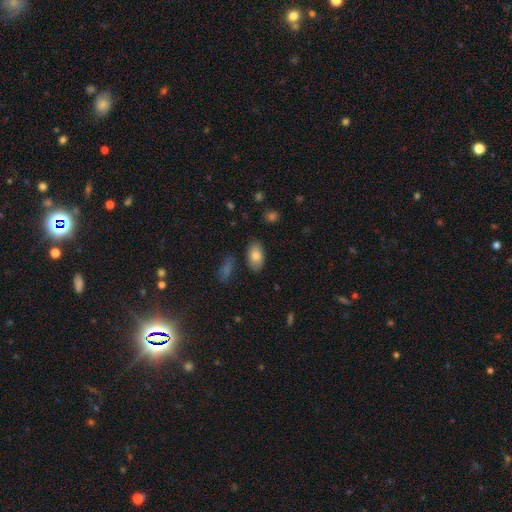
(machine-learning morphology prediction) type=smooth (81%); roundness=in between (93%); merging=none (85%).